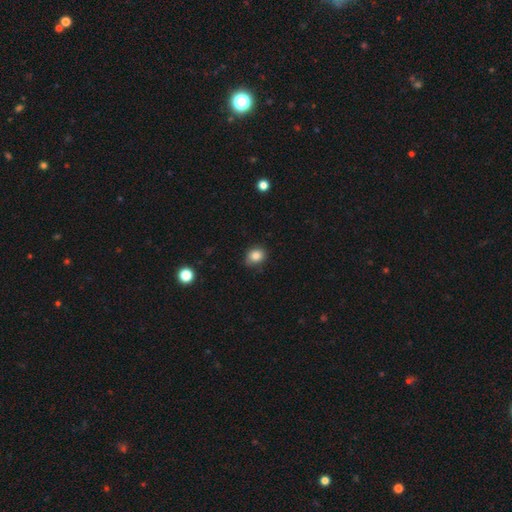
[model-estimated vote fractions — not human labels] Smooth or featured?
  - smooth: 83% *
  - star or artifact: 11%
  - featured or disk: 6%
How rounded?
  - round: 61% *
  - in between: 38%
  - cigar-shaped: 1%
Merging?
  - none: 75% *
  - minor disturbance: 20%
  - major disturbance: 3%
  - merger: 1%